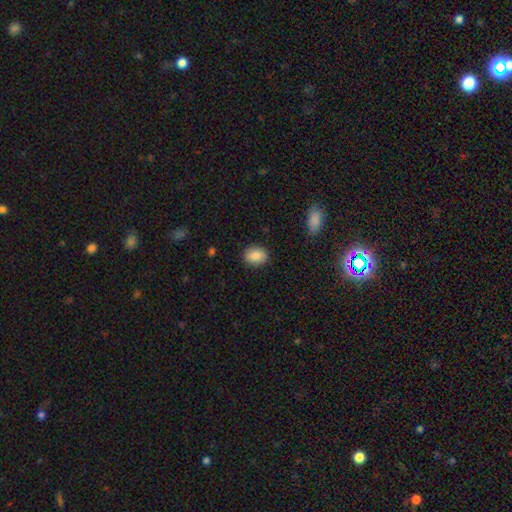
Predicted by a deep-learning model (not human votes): smooth-or-featured: smooth: 85% | star or artifact: 8% | featured or disk: 7%
  how-rounded: in between: 60% | round: 38% | cigar-shaped: 1%
  merging: none: 88% | minor disturbance: 9% | major disturbance: 2% | merger: 1%